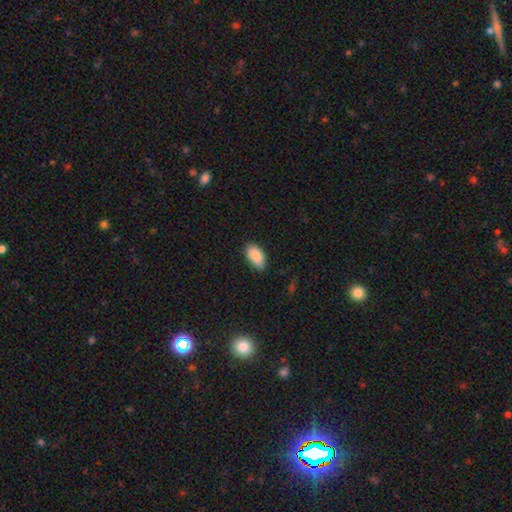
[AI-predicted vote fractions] Smooth or featured: smooth — 87% (star or artifact — 7%)
How rounded: in between — 94% (round — 4%)
Merging: none — 78% (minor disturbance — 18%)